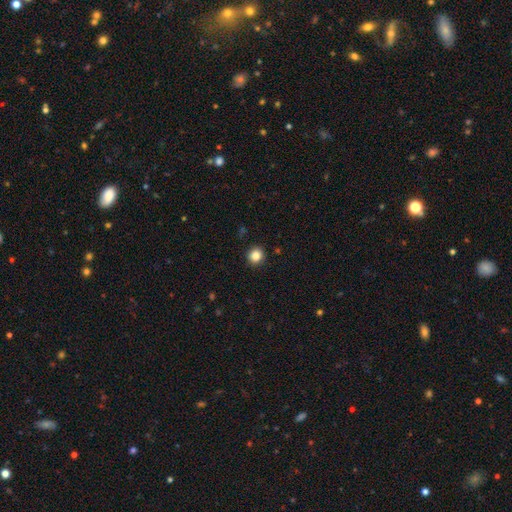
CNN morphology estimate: smooth-or-featured: smooth: 84% | star or artifact: 11% | featured or disk: 5%
  how-rounded: round: 92% | in between: 7% | cigar-shaped: 1%
  merging: none: 93% | minor disturbance: 5% | major disturbance: 2% | merger: 1%